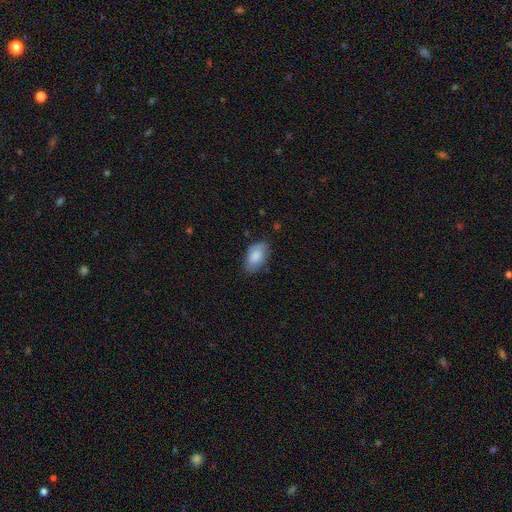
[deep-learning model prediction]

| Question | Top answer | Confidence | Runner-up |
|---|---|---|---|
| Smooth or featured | smooth | 84% | featured or disk (10%) |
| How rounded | in between | 93% | round (5%) |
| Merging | none | 72% | minor disturbance (22%) |